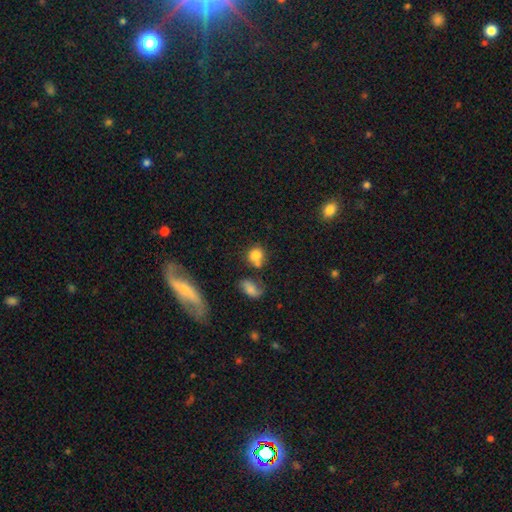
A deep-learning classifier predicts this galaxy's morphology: A smooth galaxy with no disk features (79%) that is round (76%). Merging: none (55%).